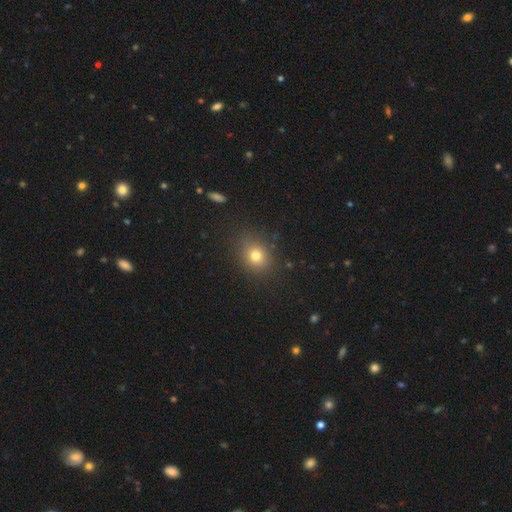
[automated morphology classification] Smooth or featured? Predicted: smooth (p=0.76). How rounded? Predicted: round (p=0.62). Merging? Predicted: none (p=0.84).